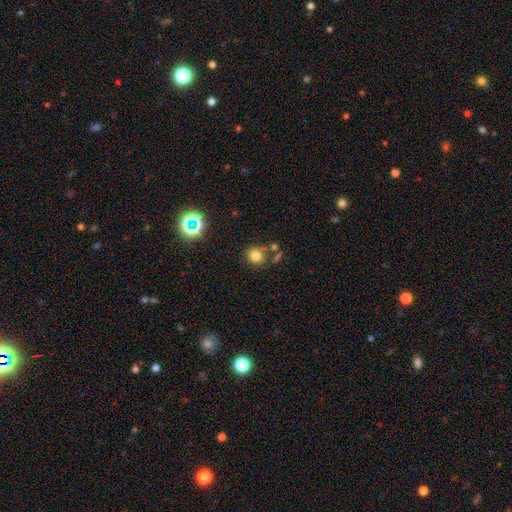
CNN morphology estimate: This appears to be a smooth galaxy with no disk features (77%) that is round (88%). Merging: none (73%).